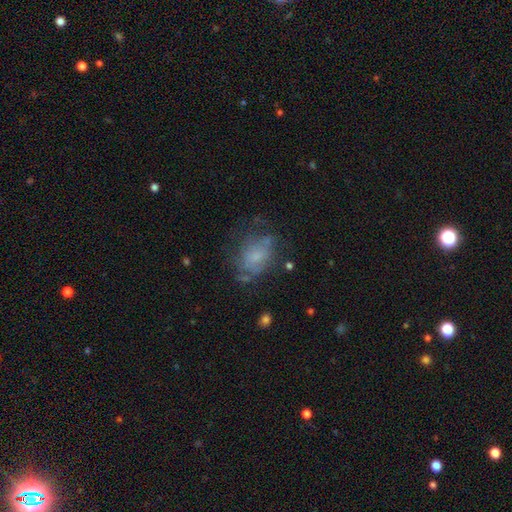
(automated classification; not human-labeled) Smooth or featured? smooth (45%)
Merging? none (48%)